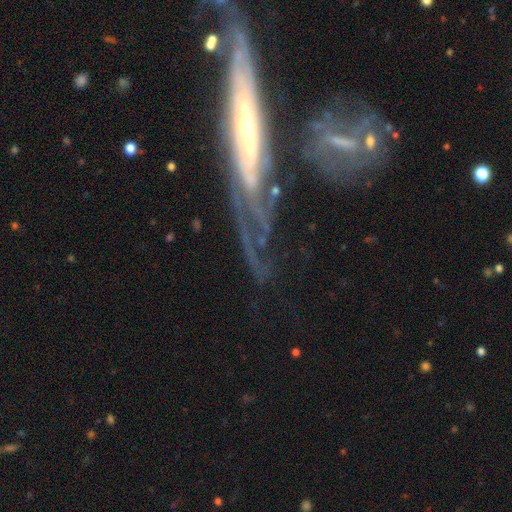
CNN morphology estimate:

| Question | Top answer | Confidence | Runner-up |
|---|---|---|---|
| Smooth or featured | featured or disk | 73% | smooth (15%) |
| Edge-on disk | no | 67% | yes (33%) |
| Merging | none | 56% | minor disturbance (18%) |